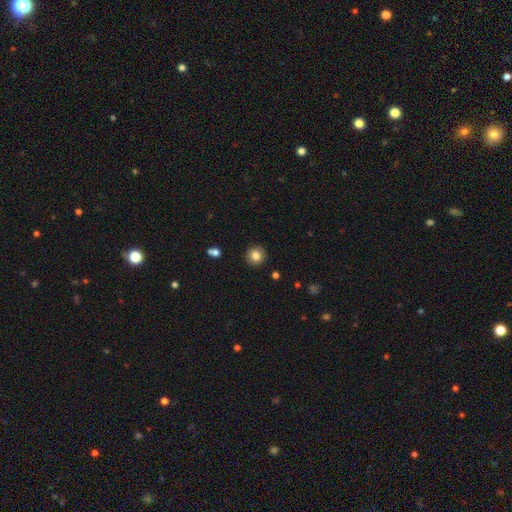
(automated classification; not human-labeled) smooth_or_featured: smooth (p=0.83) [alt: star or artifact p=0.10]
how_rounded: round (p=0.93) [alt: in between p=0.06]
merging: none (p=0.92) [alt: minor disturbance p=0.05]